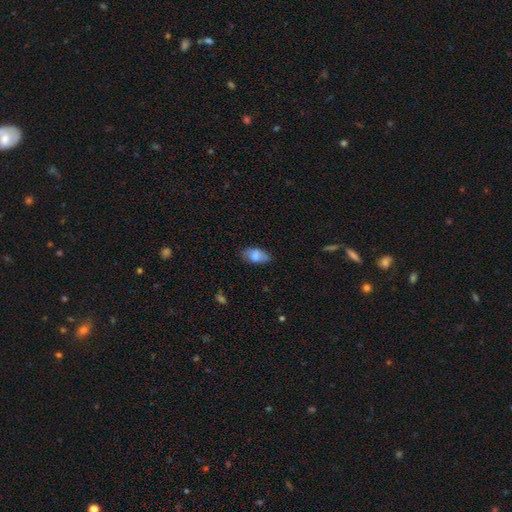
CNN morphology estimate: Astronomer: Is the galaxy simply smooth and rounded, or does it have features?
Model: smooth — 73%.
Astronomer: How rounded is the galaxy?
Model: in between — 92%.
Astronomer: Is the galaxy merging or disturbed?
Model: none — 73%.